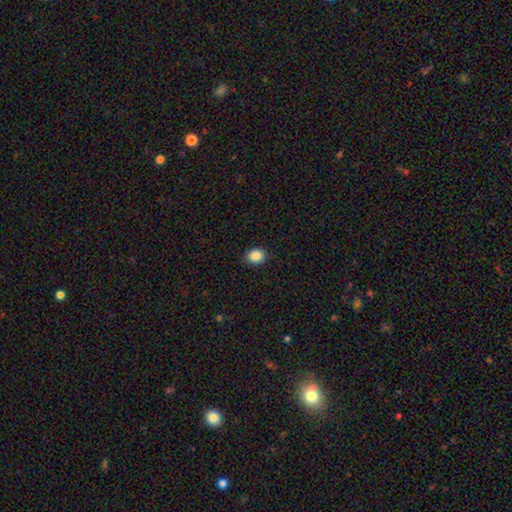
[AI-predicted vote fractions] Smooth or featured: smooth — 87% (star or artifact — 10%)
How rounded: round — 57% (in between — 42%)
Merging: none — 90% (minor disturbance — 7%)